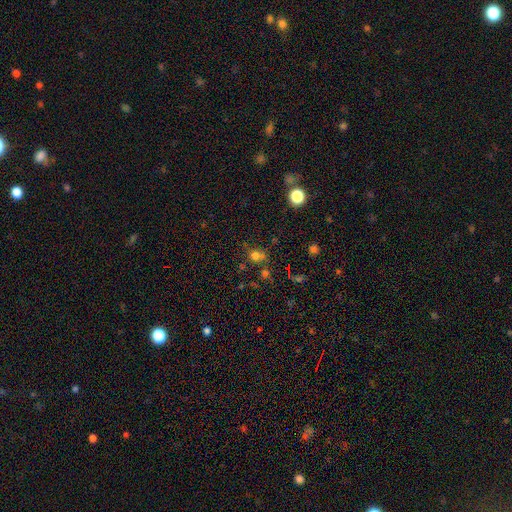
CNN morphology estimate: Smooth or featured? smooth (68%)
How rounded? round (84%)
Merging? none (56%)